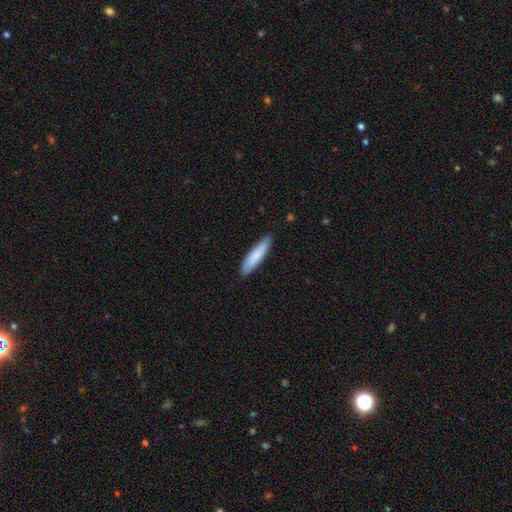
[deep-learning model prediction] This appears to be a smooth galaxy with no disk features (81%) that is cigar-shaped (81%). Merging: none (86%).